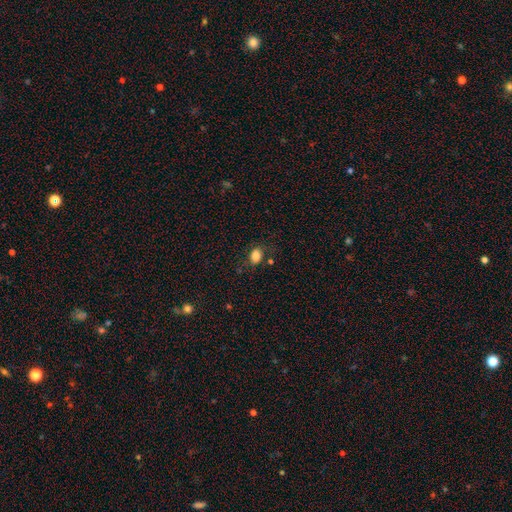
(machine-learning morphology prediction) Q: Smooth or featured?
A: smooth (83%); runner-up: star or artifact (10%)
Q: How rounded?
A: in between (73%); runner-up: round (26%)
Q: Merging?
A: none (72%); runner-up: minor disturbance (18%)